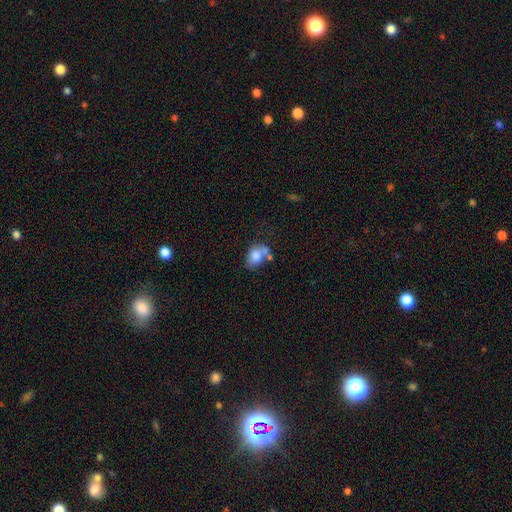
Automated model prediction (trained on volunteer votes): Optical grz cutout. It shows a smooth galaxy with no disk features (77%) that is in between round and cigar-shaped (68%). Merging: none (36%, tied with merger).